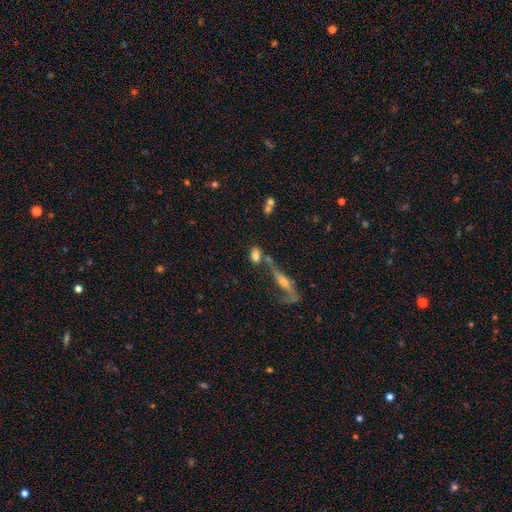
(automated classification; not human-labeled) Overall: smooth (75%). How rounded: in between (82%). Merging: none (47%; merger 30%).